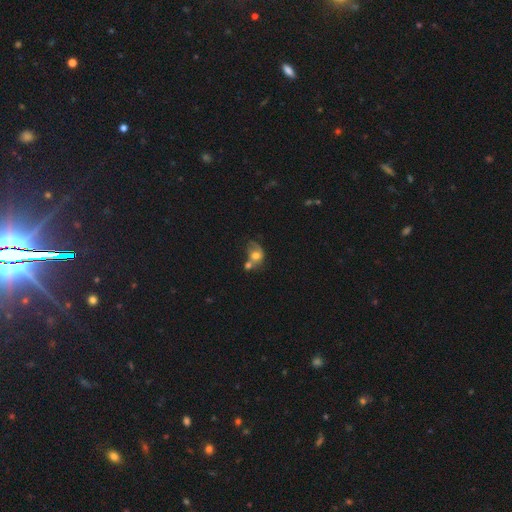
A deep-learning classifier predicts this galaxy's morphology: Smooth or featured?
  - smooth: 54% *
  - featured or disk: 37%
  - star or artifact: 10%
How rounded?
  - in between: 52% *
  - round: 46%
  - cigar-shaped: 1%
Merging?
  - merger: 46% *
  - none: 22%
  - major disturbance: 17%
  - minor disturbance: 15%